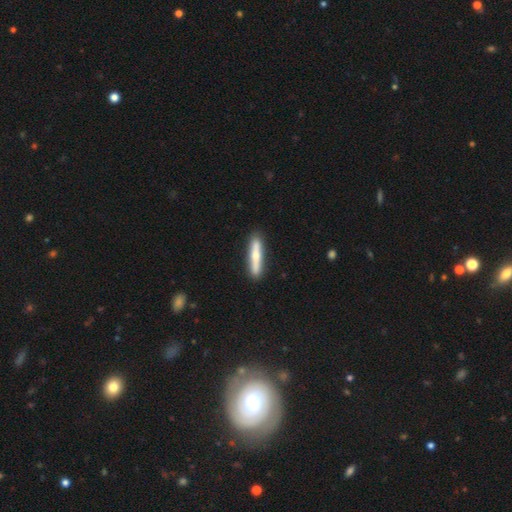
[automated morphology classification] A smooth galaxy with no disk features (52%) that is cigar-shaped (90%).

Vote fractions:
- Smooth or featured? smooth: 52% / featured or disk: 43% / star or artifact: 5%
- How rounded? cigar-shaped: 90% / in between: 8% / round: 2%
- Merging? none: 89% / minor disturbance: 7% / major disturbance: 2% / merger: 2%